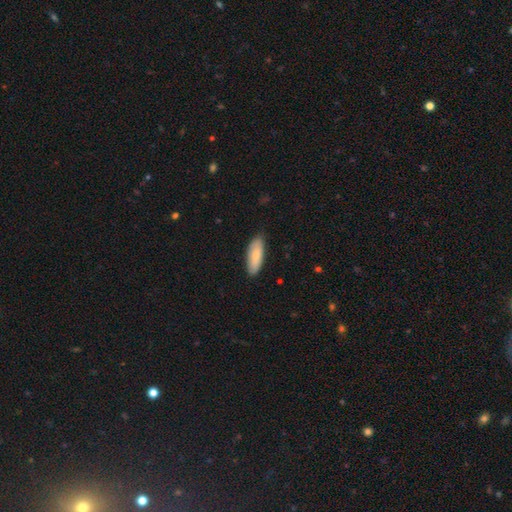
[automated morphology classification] Q: Smooth or featured?
A: smooth (81%); runner-up: featured or disk (13%)
Q: How rounded?
A: in between (72%); runner-up: cigar-shaped (26%)
Q: Merging?
A: none (85%); runner-up: minor disturbance (12%)